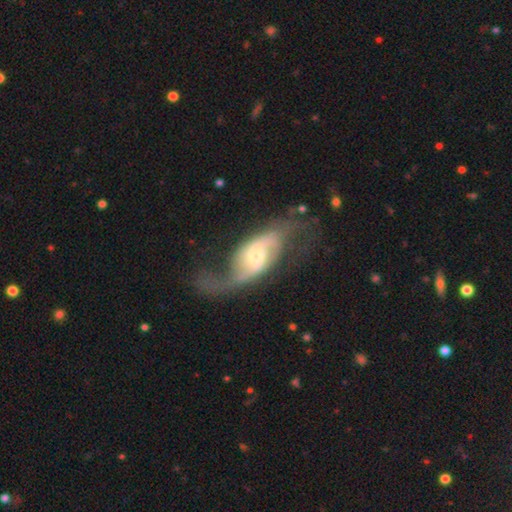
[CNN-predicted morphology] featured or disk 83%, smooth 12%, star or artifact 5%. Down the decision tree: edge-on disk — no (94%); bar — no (48%); spiral arms — yes (94%); spiral arm count — 2 (83%); spiral winding — loose (62%); bulge size — moderate (47%); merging — none (50%).